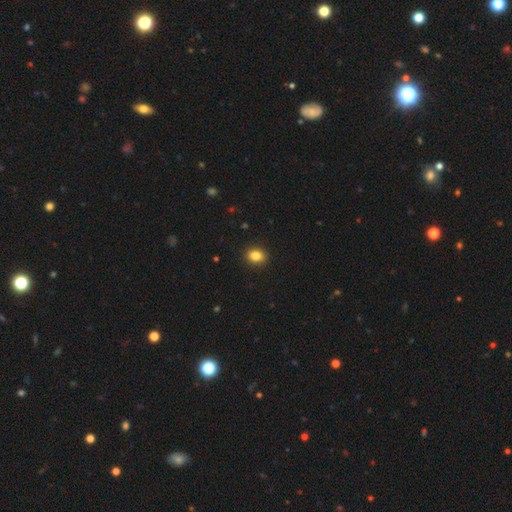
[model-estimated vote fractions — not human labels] This is clearly a smooth galaxy (85%). How rounded: possibly in between (59%). Merging: clearly none (91%).